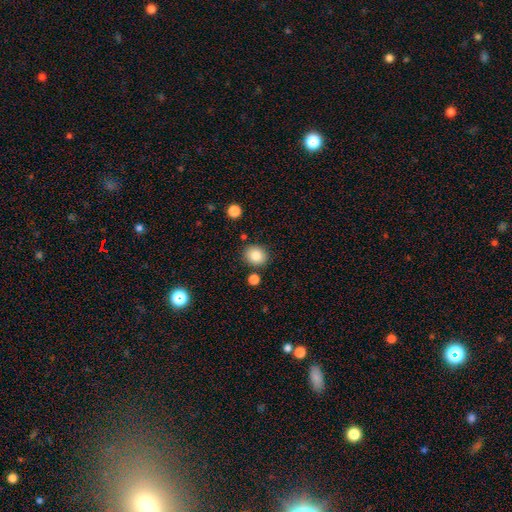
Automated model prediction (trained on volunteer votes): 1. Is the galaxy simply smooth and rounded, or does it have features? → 84% smooth, 10% star or artifact, 7% featured or disk.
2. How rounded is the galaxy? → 68% round, 31% in between, 1% cigar-shaped.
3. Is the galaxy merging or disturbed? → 83% none, 9% minor disturbance, 5% merger, 2% major disturbance.